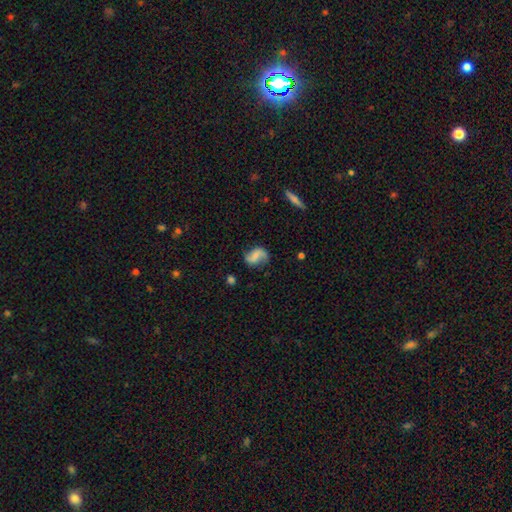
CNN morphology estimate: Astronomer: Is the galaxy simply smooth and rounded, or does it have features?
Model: featured or disk — 59%.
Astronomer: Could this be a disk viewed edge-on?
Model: no — 97%.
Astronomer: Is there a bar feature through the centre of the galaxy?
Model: no — 46% (runner-up: weak, 38%).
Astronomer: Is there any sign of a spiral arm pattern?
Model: yes — 91%.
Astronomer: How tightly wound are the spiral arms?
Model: loose — 60%.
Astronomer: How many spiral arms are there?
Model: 2 — 82%.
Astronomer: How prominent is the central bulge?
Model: small — 37%, tied with none at 37%.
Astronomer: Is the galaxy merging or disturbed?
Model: none — 63%.